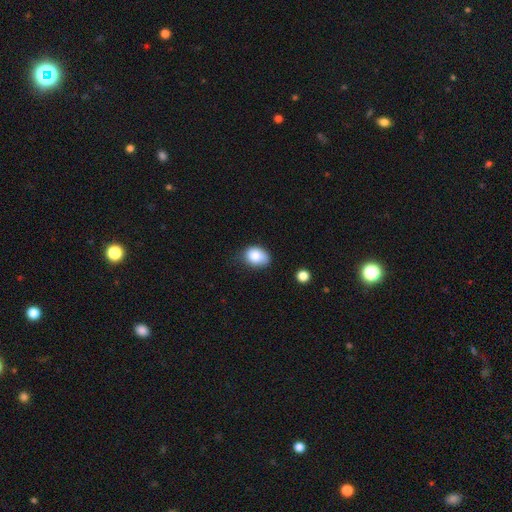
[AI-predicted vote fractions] Morphology: type=smooth (82%); roundness=in between (64%); merging=none (60%).